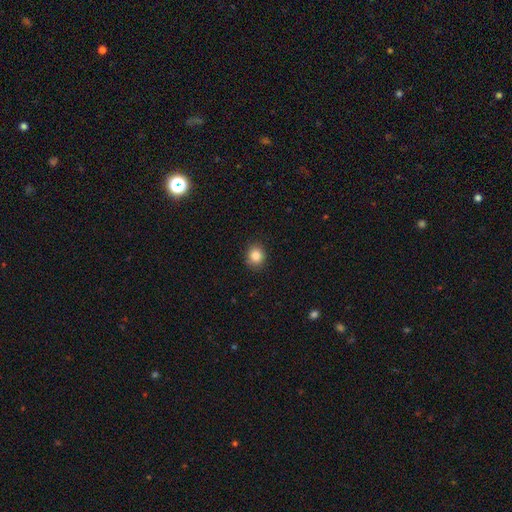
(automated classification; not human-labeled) This is clearly a smooth galaxy (86%). How rounded: clearly round (81%). Merging: clearly none (87%).